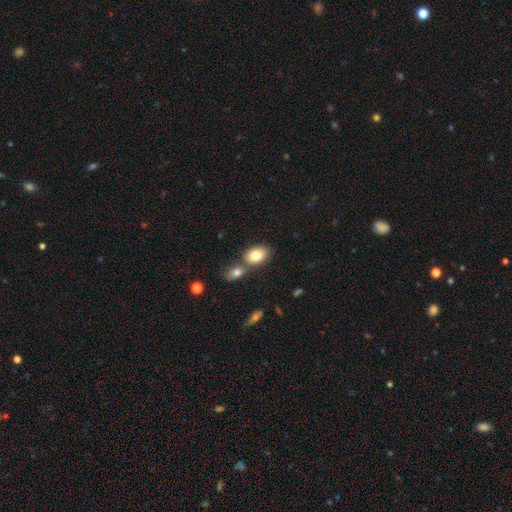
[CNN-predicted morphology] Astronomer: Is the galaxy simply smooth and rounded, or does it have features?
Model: smooth — 81%.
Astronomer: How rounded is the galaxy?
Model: in between — 84%.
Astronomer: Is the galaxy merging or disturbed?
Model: none — 52% (runner-up: merger, 34%).